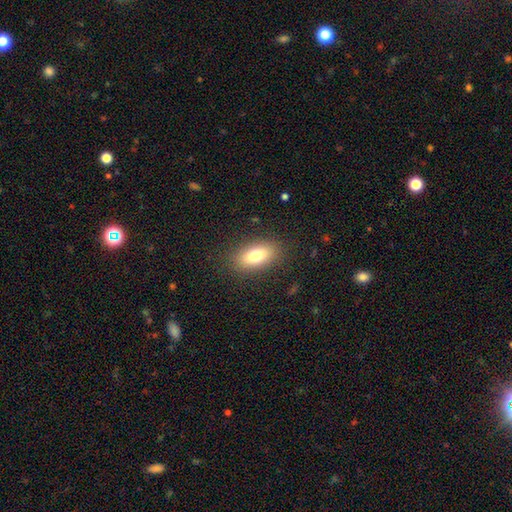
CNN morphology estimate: This is likely a smooth galaxy (78%). How rounded: clearly in between (86%). Merging: clearly none (86%).